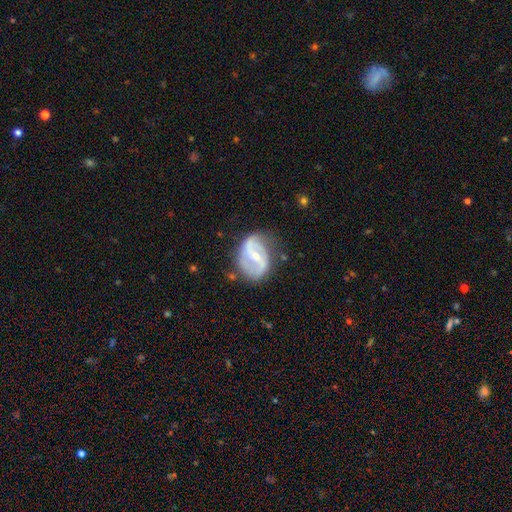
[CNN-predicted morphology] featured or disk 83%, smooth 12%, star or artifact 5%. Down the decision tree: edge-on disk — no (97%); bar — weak (42%); spiral arms — yes (90%); spiral arm count — 2 (84%); spiral winding — medium (46%); bulge size — small (58%); merging — none (63%).